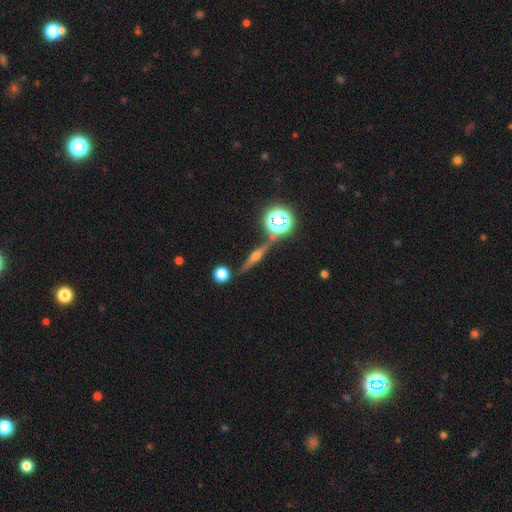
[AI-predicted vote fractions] Morphology: type=featured or disk (74%); edge-on=yes (96%); edge-on bulge=rounded (91%); merging=none (85%).